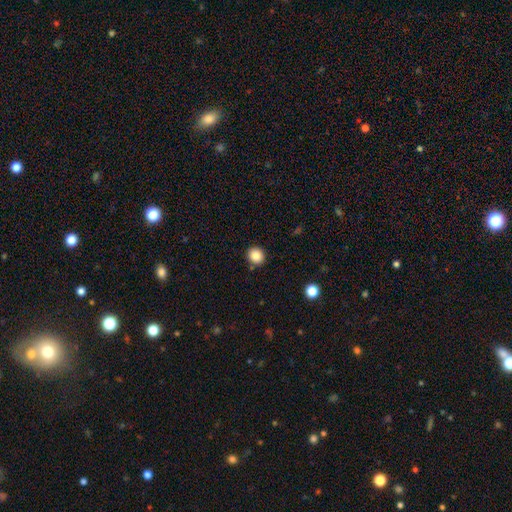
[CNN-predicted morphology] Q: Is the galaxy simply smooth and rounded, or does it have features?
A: smooth — 85%.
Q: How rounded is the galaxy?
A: round — 88%.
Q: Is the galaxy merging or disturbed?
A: none — 90%.